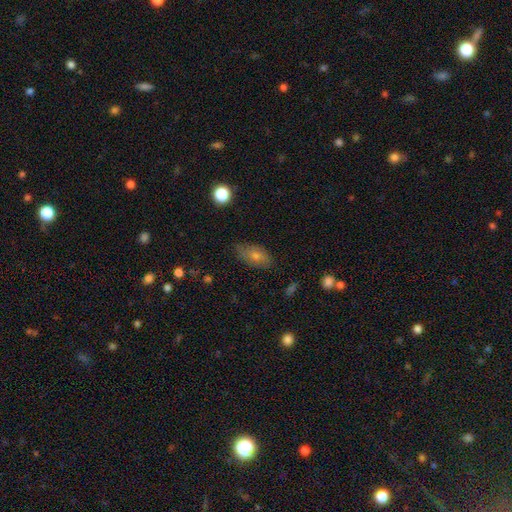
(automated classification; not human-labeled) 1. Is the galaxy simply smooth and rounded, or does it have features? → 61% smooth, 27% featured or disk, 12% star or artifact.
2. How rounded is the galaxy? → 87% in between, 9% round, 5% cigar-shaped.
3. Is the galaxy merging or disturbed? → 72% none, 22% minor disturbance, 5% major disturbance, 1% merger.